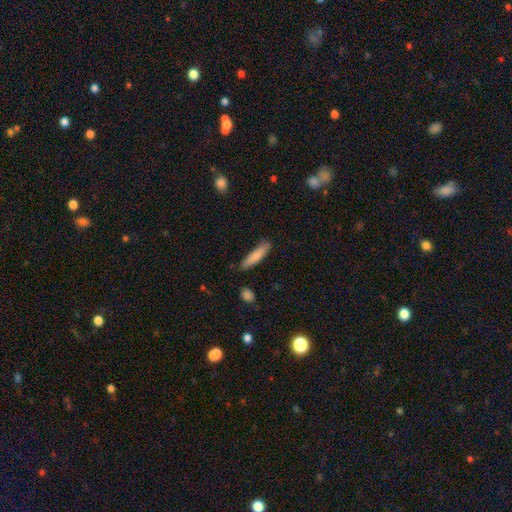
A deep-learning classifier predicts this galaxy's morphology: Overall: smooth (81%). How rounded: cigar-shaped (81%). Merging: none (83%).